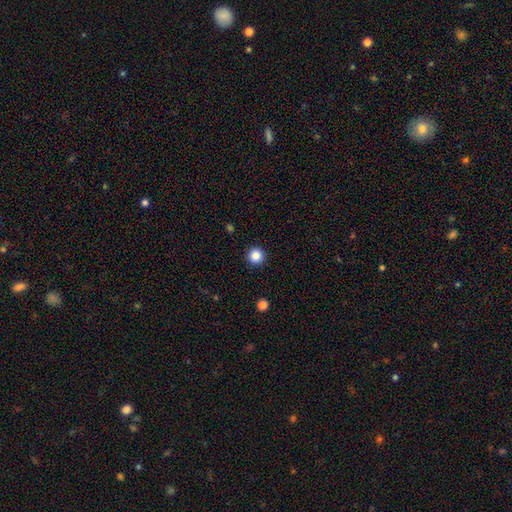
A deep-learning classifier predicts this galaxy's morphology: This appears to be a smooth galaxy with no disk features (85%) that is round (96%). Merging: none (93%).